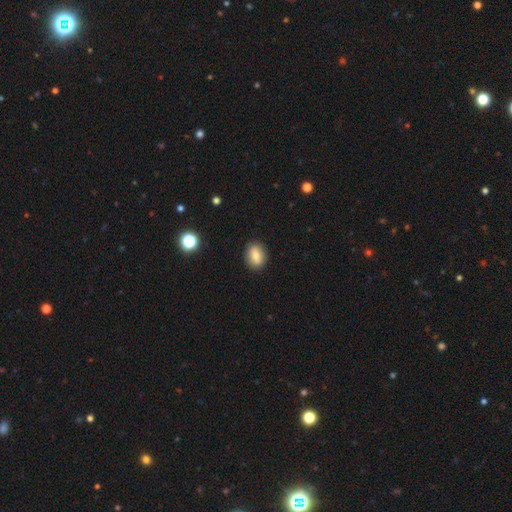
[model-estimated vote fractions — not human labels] Smooth or featured? smooth (79%)
How rounded? in between (70%)
Merging? none (88%)